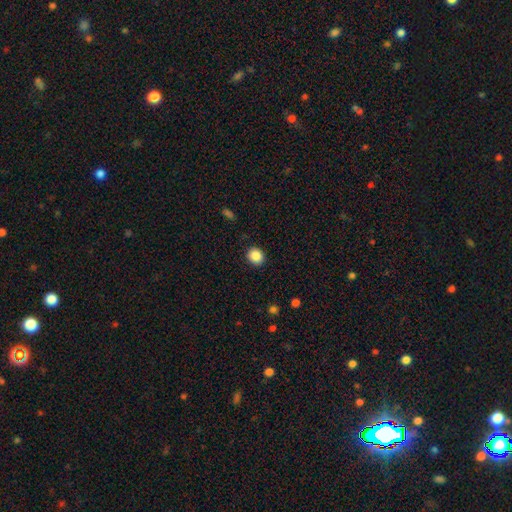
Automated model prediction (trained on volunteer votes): The model was most divided on "how rounded": round: 80%, in between: 19%, cigar-shaped: 1%. More confident: merging — none (91%); smooth or featured — smooth (87%).